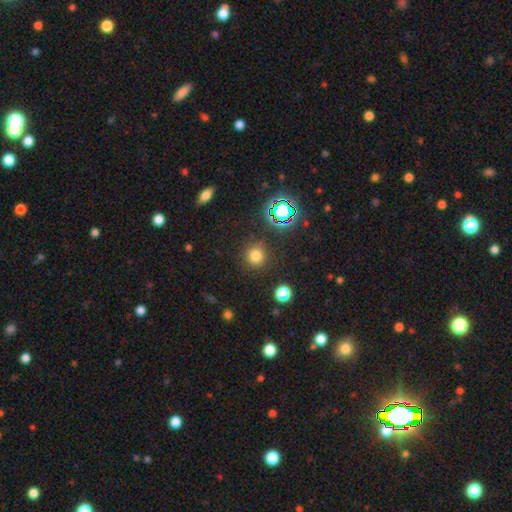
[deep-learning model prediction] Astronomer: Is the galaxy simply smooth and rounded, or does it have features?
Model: smooth — 73%.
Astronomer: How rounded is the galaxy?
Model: round — 93%.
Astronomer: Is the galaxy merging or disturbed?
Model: none — 87%.